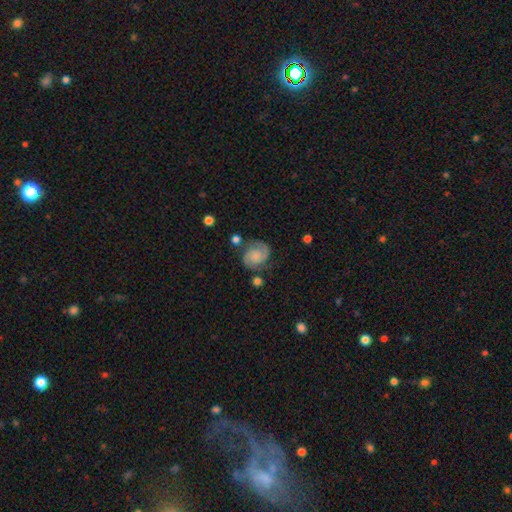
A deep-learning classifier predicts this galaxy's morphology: This is likely a featured or disk galaxy (62%). It is clearly not viewed edge-on (98%). Bar: likely no (73%). Spiral arm pattern: clearly yes (93%). Spiral arm count: likely 2 (78%). Spiral winding: marginally tight (42%, tied with medium). Central bulge: possibly small (55%). Merging: likely none (64%).